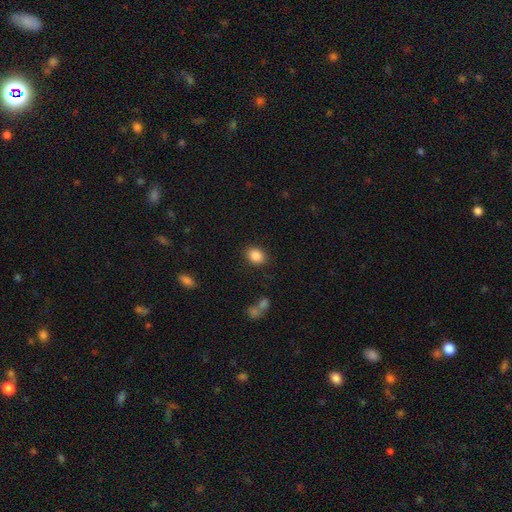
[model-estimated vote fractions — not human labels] This is clearly a smooth galaxy (87%). How rounded: possibly in between (56%). Merging: clearly none (86%).